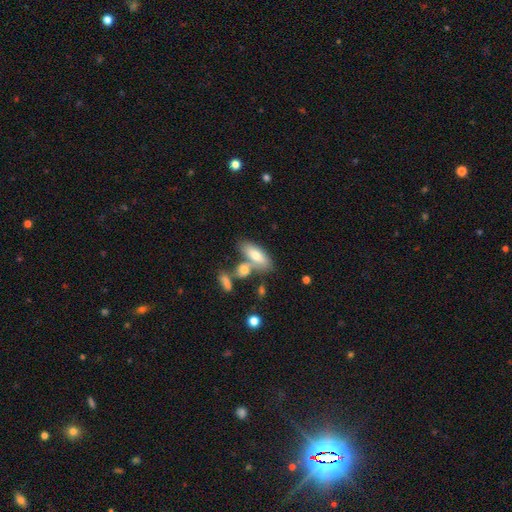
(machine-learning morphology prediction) smooth-or-featured: smooth: 71% | featured or disk: 22% | star or artifact: 7%
  how-rounded: in between: 76% | cigar-shaped: 21% | round: 3%
  merging: none: 53% | merger: 30% | minor disturbance: 12% | major disturbance: 4%